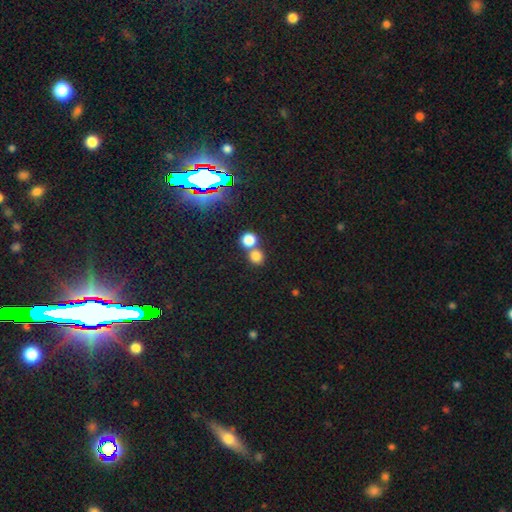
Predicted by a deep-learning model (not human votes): Smooth or featured?
  - smooth: 78% *
  - star or artifact: 15%
  - featured or disk: 7%
How rounded?
  - round: 86% *
  - in between: 13%
  - cigar-shaped: 1%
Merging?
  - none: 53% *
  - merger: 38%
  - minor disturbance: 6%
  - major disturbance: 3%